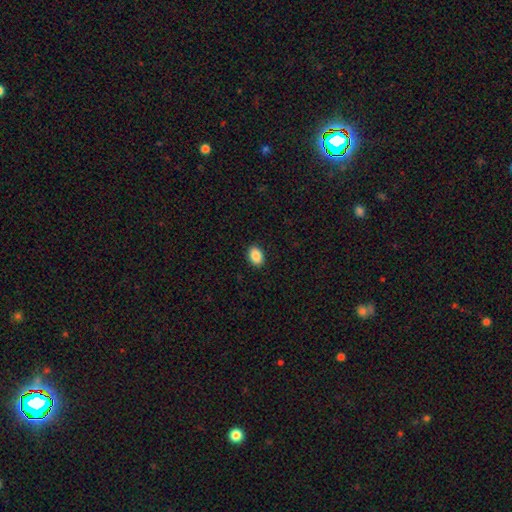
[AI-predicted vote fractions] smooth-or-featured: smooth: 88% | star or artifact: 8% | featured or disk: 4%
  how-rounded: in between: 81% | round: 18% | cigar-shaped: 1%
  merging: none: 90% | minor disturbance: 7% | major disturbance: 2% | merger: 1%